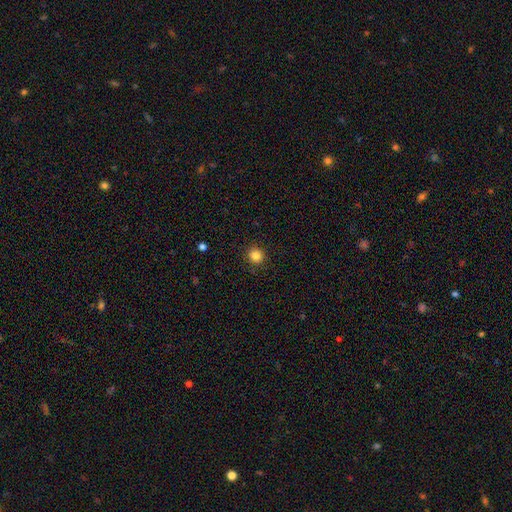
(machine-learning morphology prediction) The model was most divided on "smooth or featured": smooth: 83%, star or artifact: 12%, featured or disk: 5%. More confident: how rounded — round (93%); merging — none (92%).